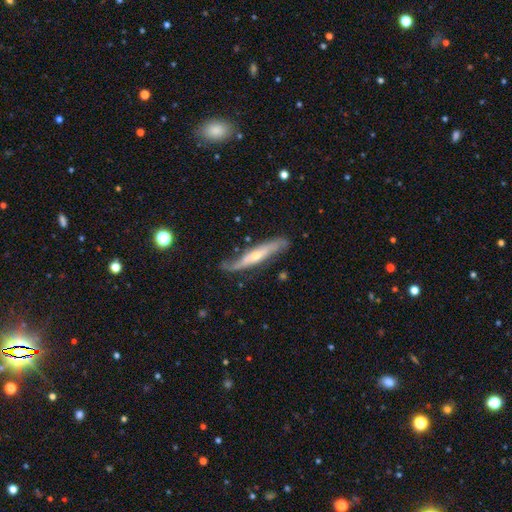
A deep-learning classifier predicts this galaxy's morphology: Smooth or featured?
  - featured or disk: 72% *
  - smooth: 22%
  - star or artifact: 6%
Edge-on disk?
  - yes: 60% *
  - no: 40%
Merging?
  - none: 67% *
  - minor disturbance: 23%
  - major disturbance: 7%
  - merger: 3%